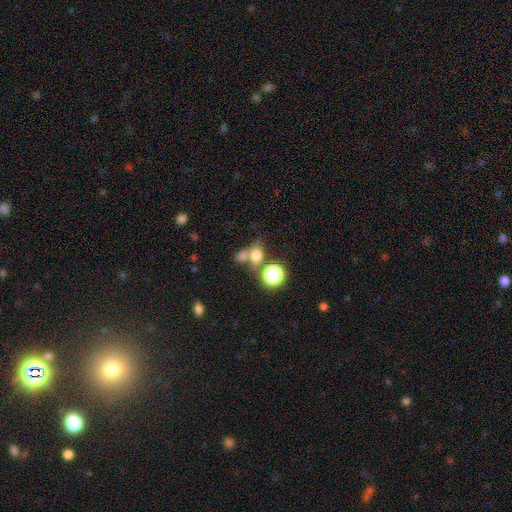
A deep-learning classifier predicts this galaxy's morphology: The model was most divided on "how rounded": round: 50%, in between: 48%, cigar-shaped: 2%. Remaining: smooth or featured — smooth (71%); merging — merger (42%).